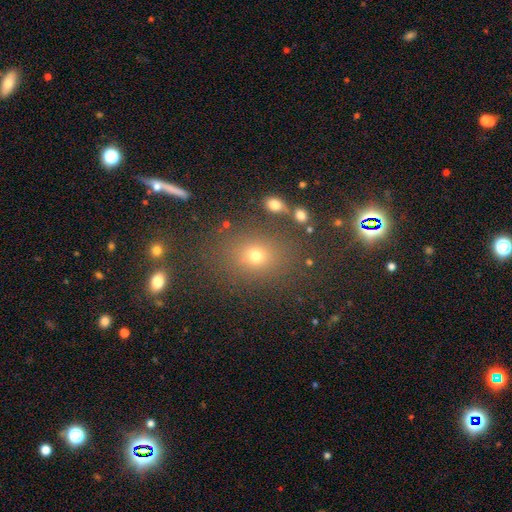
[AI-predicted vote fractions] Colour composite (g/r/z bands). It shows a smooth galaxy with no disk features (66%) that is round (50%). Merging: none (79%).